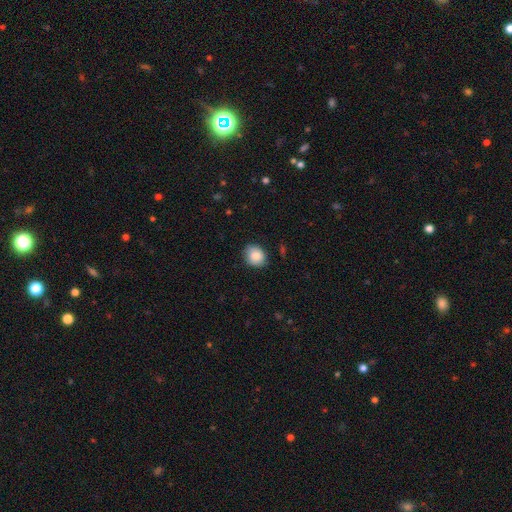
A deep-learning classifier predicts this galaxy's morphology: Smooth or featured? Predicted: smooth (p=0.84). How rounded? Predicted: round (p=0.67). Merging? Predicted: none (p=0.83).